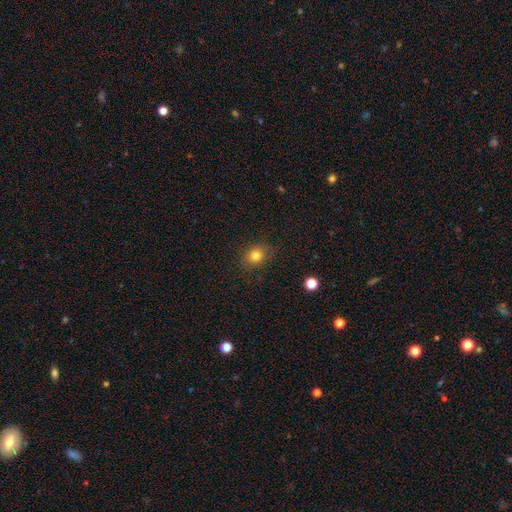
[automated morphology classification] The model was most divided on "how rounded": round: 65%, in between: 34%, cigar-shaped: 1%. More confident: merging — none (84%); smooth or featured — smooth (81%).